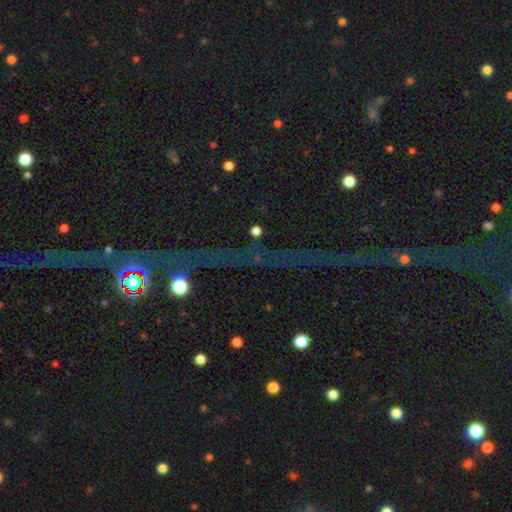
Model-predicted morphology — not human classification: A star or artifact, not a galaxy (78%).